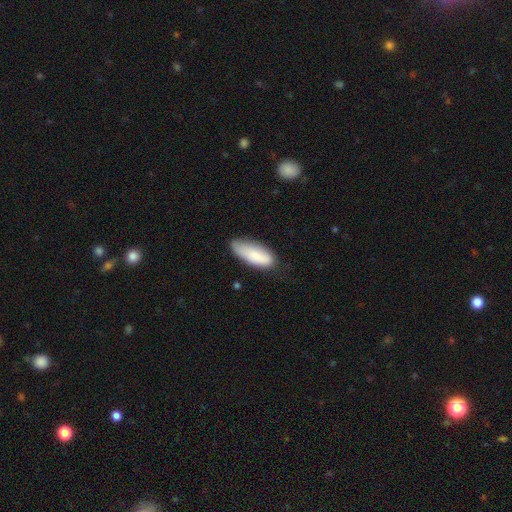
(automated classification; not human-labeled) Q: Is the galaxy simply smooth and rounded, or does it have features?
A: smooth — 83%.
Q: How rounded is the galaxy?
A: in between — 76%.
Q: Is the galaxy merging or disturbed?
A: none — 63%.